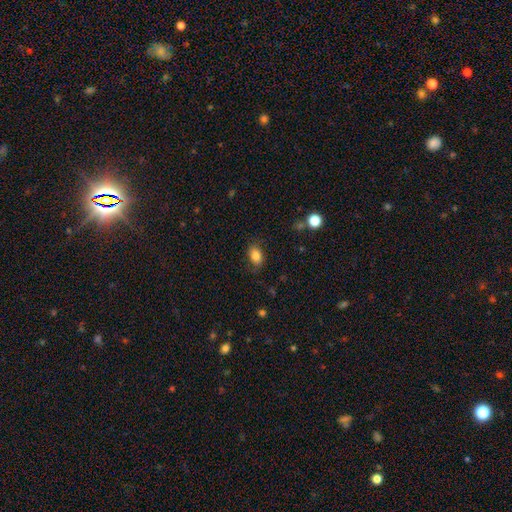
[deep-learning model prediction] smooth_or_featured: smooth (p=0.82) [alt: star or artifact p=0.09]
how_rounded: in between (p=0.81) [alt: round p=0.18]
merging: none (p=0.78) [alt: minor disturbance p=0.16]